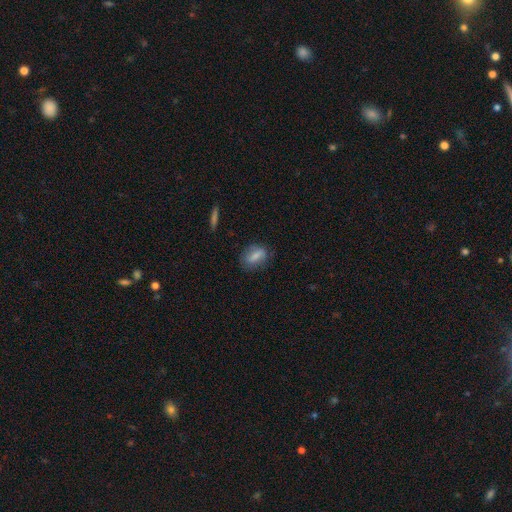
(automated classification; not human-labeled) The model was most divided on "merging": none: 72%, minor disturbance: 20%, major disturbance: 6%, merger: 1%. More confident: how rounded — in between (77%); smooth or featured — smooth (75%).